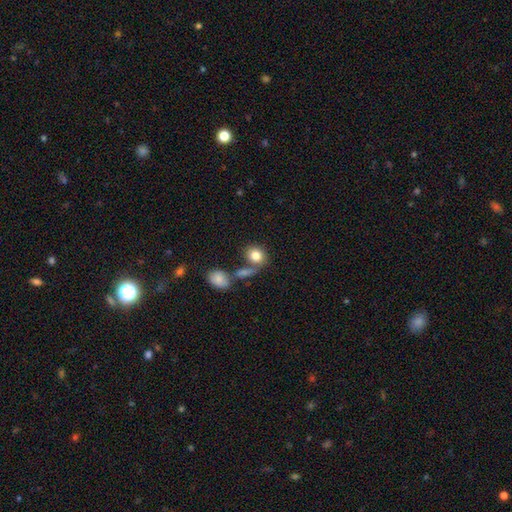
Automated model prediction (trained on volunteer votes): Smooth or featured? smooth (82%)
How rounded? round (56%)
Merging? none (55%)